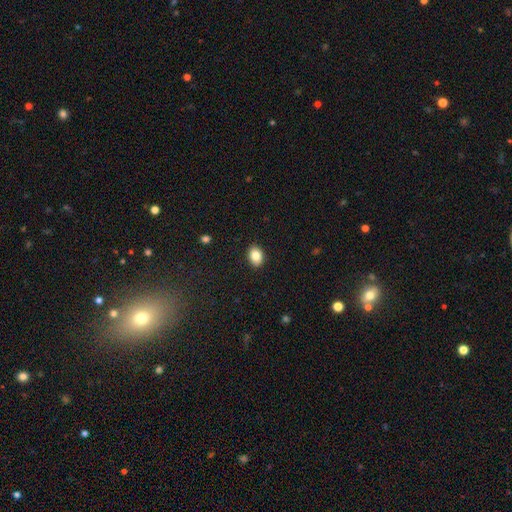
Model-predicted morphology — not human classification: Q: Smooth or featured?
A: smooth (85%); runner-up: star or artifact (8%)
Q: How rounded?
A: in between (76%); runner-up: round (23%)
Q: Merging?
A: none (90%); runner-up: minor disturbance (7%)